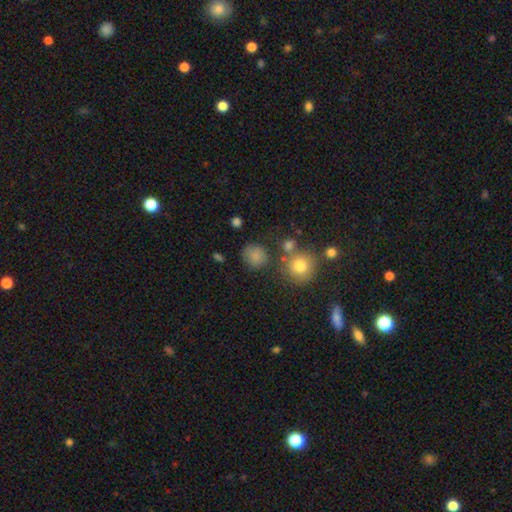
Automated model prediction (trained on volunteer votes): Overall: smooth (82%). How rounded: round (85%). Merging: none (74%).